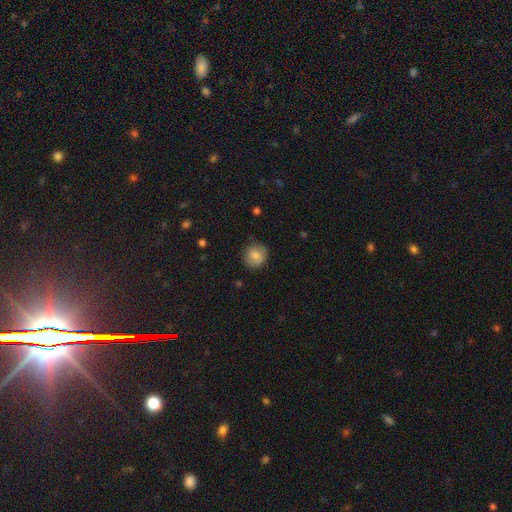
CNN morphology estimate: Smooth or featured? smooth (80%)
How rounded? round (81%)
Merging? none (80%)